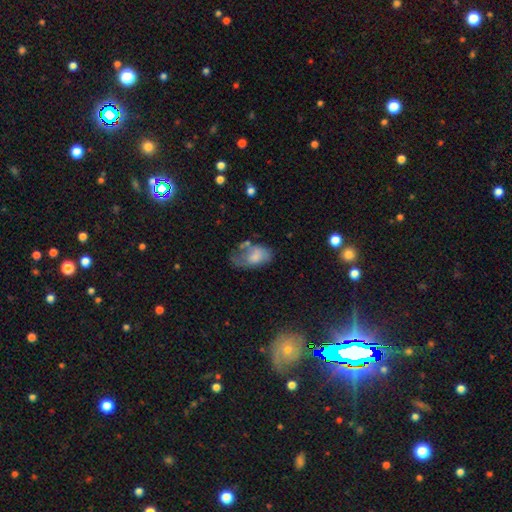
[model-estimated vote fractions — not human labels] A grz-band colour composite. It shows a smooth galaxy with no disk features (60%) that is in between round and cigar-shaped (90%). Merging: major disturbance (36%).